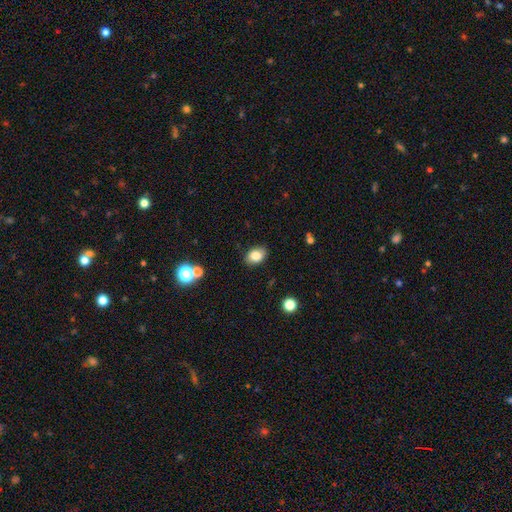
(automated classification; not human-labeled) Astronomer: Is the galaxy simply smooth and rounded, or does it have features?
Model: smooth — 82%.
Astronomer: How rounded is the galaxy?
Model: in between — 79%.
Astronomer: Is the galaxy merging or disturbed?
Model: none — 87%.